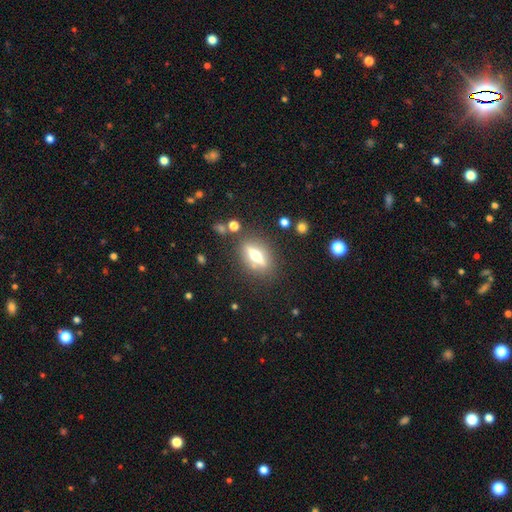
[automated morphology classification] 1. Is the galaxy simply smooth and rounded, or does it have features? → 60% featured or disk, 30% smooth, 9% star or artifact.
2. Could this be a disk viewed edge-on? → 82% yes, 18% no.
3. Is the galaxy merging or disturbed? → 83% none, 10% minor disturbance, 5% major disturbance, 3% merger.